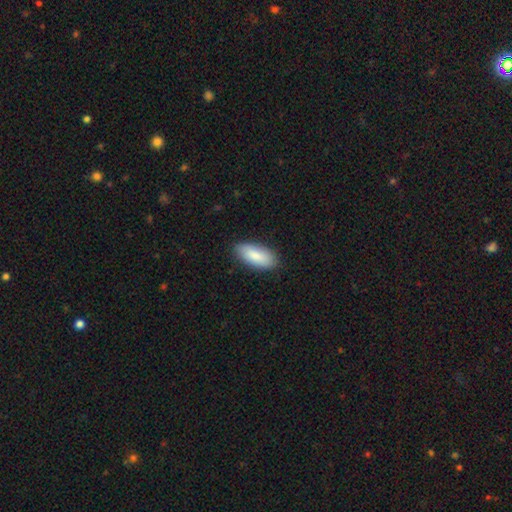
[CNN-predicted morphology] Smooth or featured?
  - smooth: 87% *
  - featured or disk: 8%
  - star or artifact: 5%
How rounded?
  - in between: 86% *
  - cigar-shaped: 13%
  - round: 2%
Merging?
  - none: 87% *
  - minor disturbance: 10%
  - major disturbance: 2%
  - merger: 1%